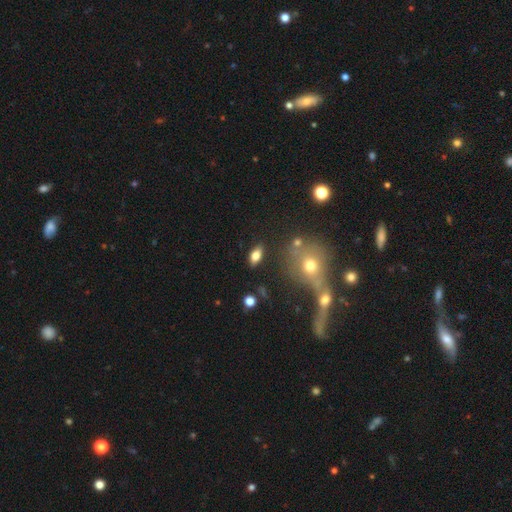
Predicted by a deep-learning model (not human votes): Smooth or featured: smooth — 75% (featured or disk — 16%)
How rounded: in between — 86% (cigar-shaped — 8%)
Merging: none — 82% (minor disturbance — 11%)